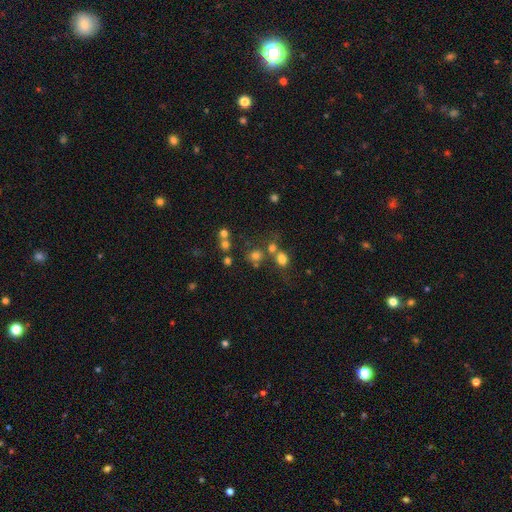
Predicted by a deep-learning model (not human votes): smooth-or-featured: smooth: 70% | star or artifact: 20% | featured or disk: 10%
  how-rounded: round: 83% | in between: 16% | cigar-shaped: 1%
  merging: none: 60% | merger: 25% | minor disturbance: 9% | major disturbance: 5%